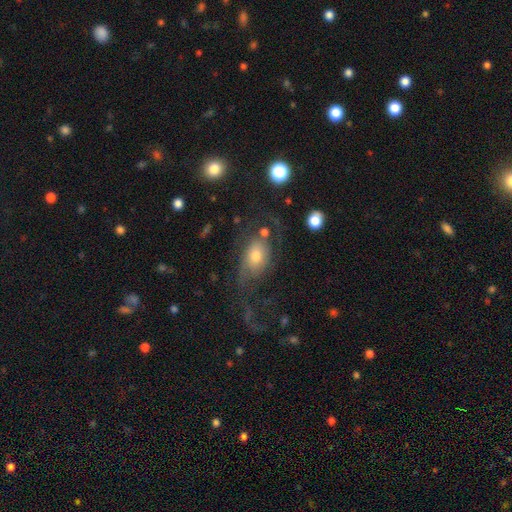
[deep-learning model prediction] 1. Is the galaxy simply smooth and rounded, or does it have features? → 54% featured or disk, 35% smooth, 11% star or artifact.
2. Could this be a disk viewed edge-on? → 93% no, 7% yes.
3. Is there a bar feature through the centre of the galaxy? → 78% no, 18% weak, 4% strong.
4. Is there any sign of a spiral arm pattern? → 76% yes, 24% no.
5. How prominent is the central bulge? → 57% moderate, 28% small, 10% large, 3% none, 2% dominant.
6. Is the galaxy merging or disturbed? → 42% none, 35% major disturbance, 18% minor disturbance, 5% merger.